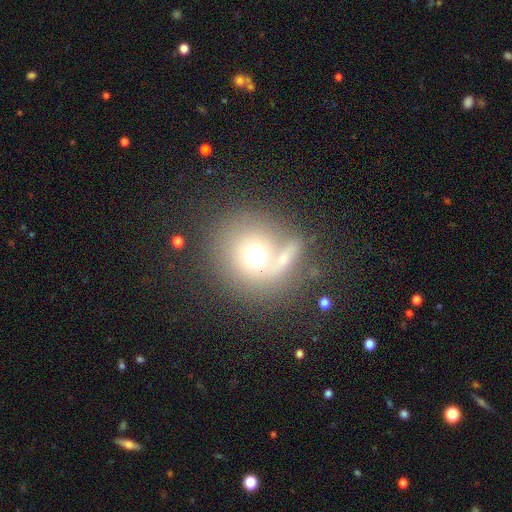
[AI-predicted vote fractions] Overall: smooth (66%). How rounded: round (89%). Merging: none (52%; merger 27%).